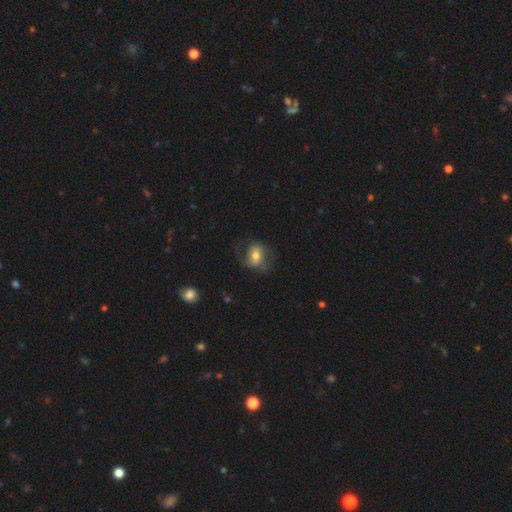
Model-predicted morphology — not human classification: Overall: smooth (50%; featured or disk 42%). Merging: none (57%; minor disturbance 21%).